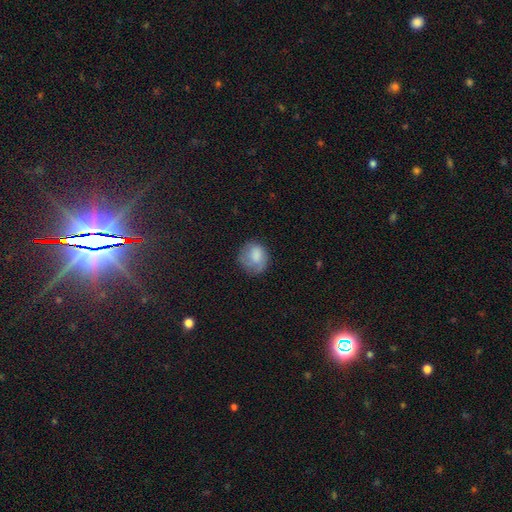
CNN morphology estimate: The model was most divided on "merging": none: 60%, minor disturbance: 26%, major disturbance: 13%, merger: 2%. More confident: smooth or featured — smooth (77%); how rounded — round (73%).